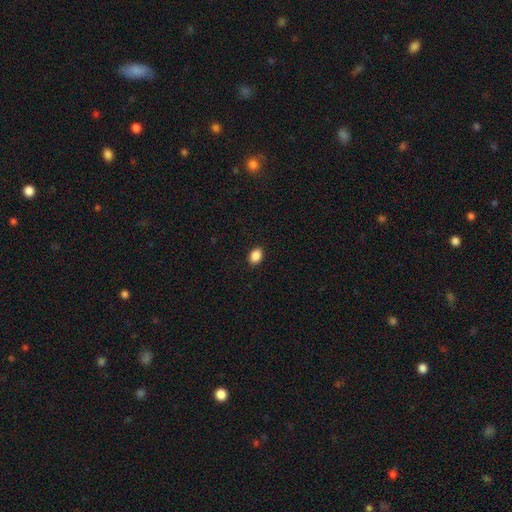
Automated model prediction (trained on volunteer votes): smooth-or-featured: smooth: 88% | star or artifact: 9% | featured or disk: 3%
  how-rounded: in between: 72% | round: 27% | cigar-shaped: 1%
  merging: none: 90% | minor disturbance: 7% | major disturbance: 2% | merger: 1%